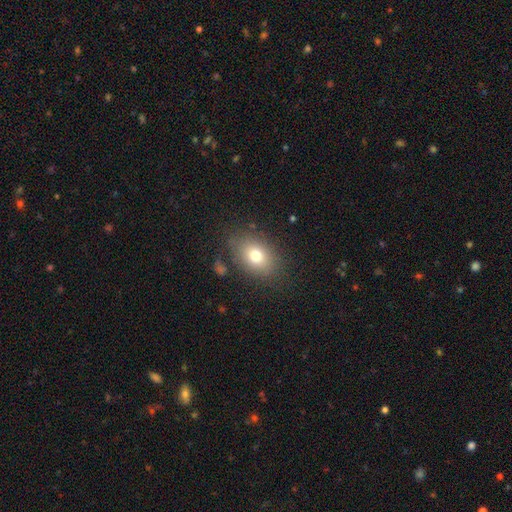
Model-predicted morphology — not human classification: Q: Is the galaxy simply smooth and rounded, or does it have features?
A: smooth — 75%.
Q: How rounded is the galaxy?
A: in between — 72%.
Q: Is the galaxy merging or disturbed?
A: none — 79%.